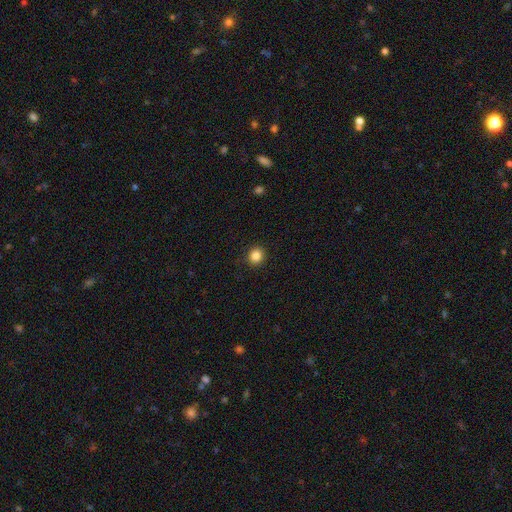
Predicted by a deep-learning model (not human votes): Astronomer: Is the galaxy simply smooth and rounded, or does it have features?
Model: smooth — 85%.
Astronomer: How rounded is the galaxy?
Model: round — 88%.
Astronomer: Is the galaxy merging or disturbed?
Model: none — 91%.